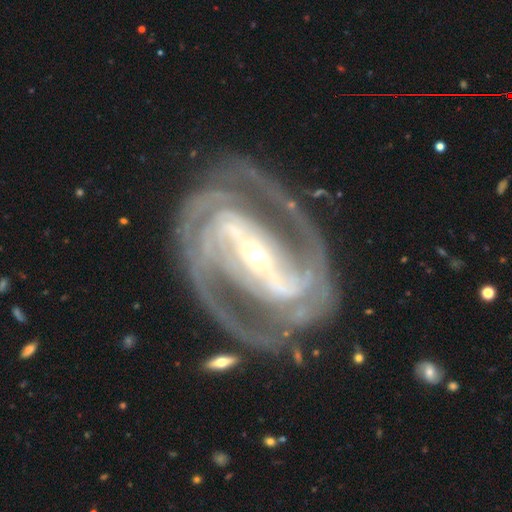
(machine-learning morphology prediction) The model was most divided on "spiral winding": tight: 54%, medium: 39%, loose: 7%. More confident: spiral arms — yes (98%); edge-on disk — no (96%); smooth or featured — featured or disk (92%); bar — strong (79%); merging — none (76%); bulge size — small (75%); spiral arm count — 2 (65%).